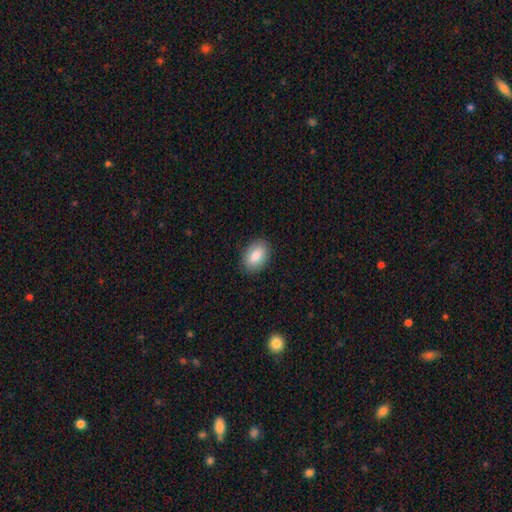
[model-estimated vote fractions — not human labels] Overall: smooth (85%). How rounded: in between (85%). Merging: none (89%).